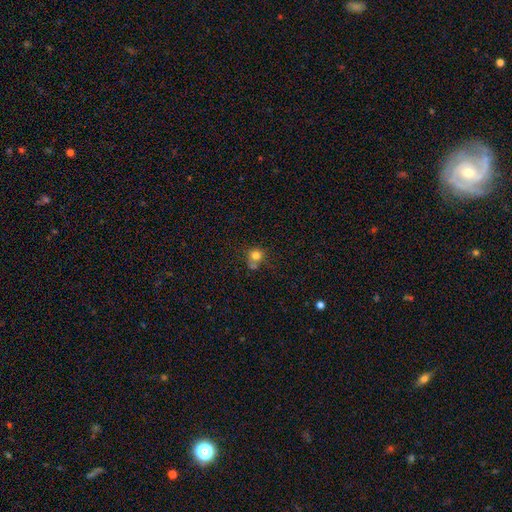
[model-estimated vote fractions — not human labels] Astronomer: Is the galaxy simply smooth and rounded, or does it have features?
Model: smooth — 79%.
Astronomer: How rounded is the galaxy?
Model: round — 87%.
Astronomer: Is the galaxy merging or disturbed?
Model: none — 54%.